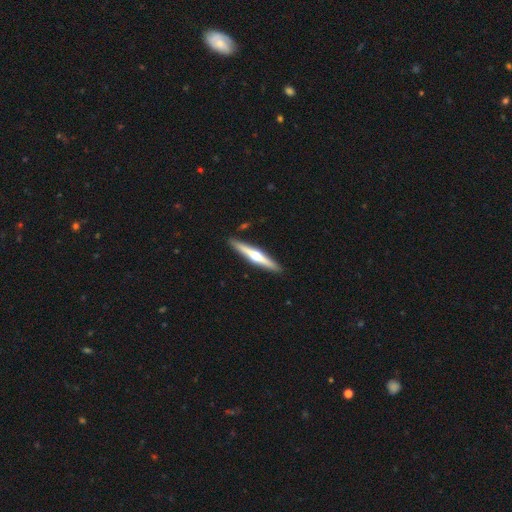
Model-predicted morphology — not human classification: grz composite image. It shows a featured or disk galaxy (67%) viewed edge-on (97%) with a rounded central bulge (92%). Merging: none (91%).